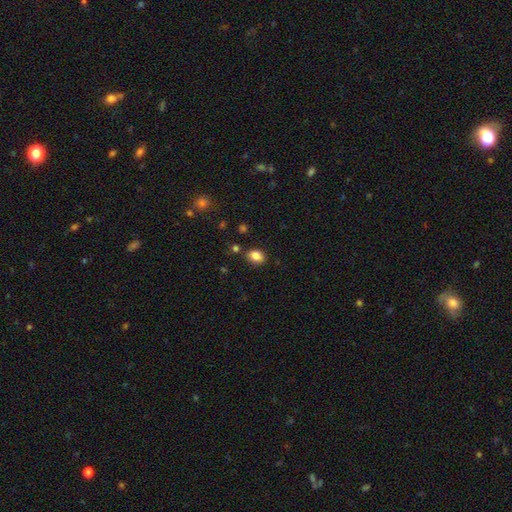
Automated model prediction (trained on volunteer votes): smooth-or-featured: smooth: 84% | star or artifact: 10% | featured or disk: 6%
  how-rounded: in between: 73% | round: 26% | cigar-shaped: 1%
  merging: none: 81% | minor disturbance: 12% | merger: 4% | major disturbance: 3%